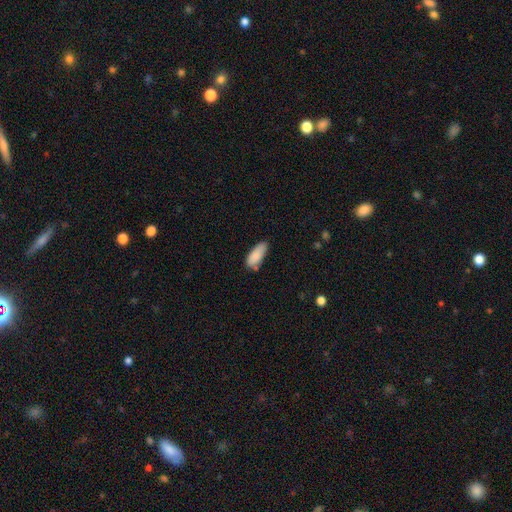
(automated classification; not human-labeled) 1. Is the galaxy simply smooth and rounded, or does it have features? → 87% smooth, 7% star or artifact, 6% featured or disk.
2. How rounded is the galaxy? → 79% in between, 19% cigar-shaped, 2% round.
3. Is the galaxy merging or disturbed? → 67% none, 25% minor disturbance, 4% major disturbance, 4% merger.